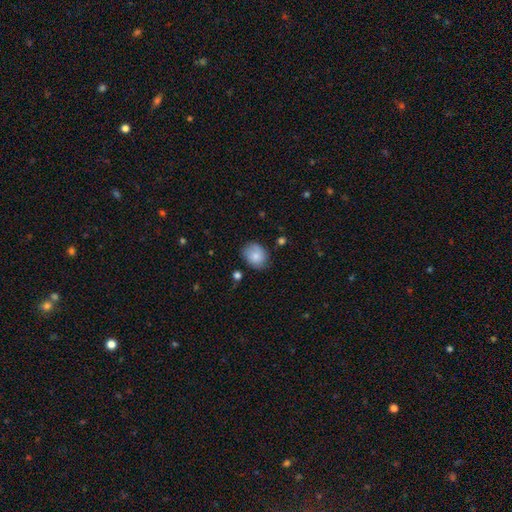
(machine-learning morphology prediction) smooth 81%, featured or disk 12%, star or artifact 7%. Down the decision tree: how rounded — round (56%); merging — none (73%).